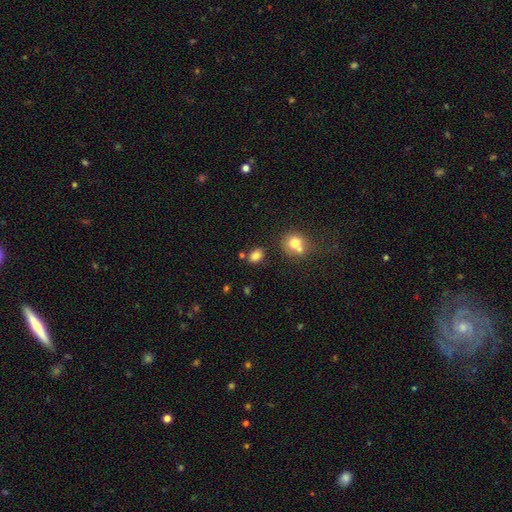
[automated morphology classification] Overall: smooth (82%). How rounded: in between (76%). Merging: none (73%).